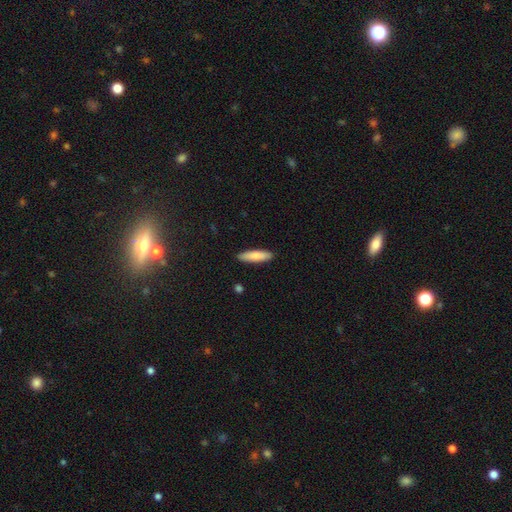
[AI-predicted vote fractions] This is clearly a smooth galaxy (83%). How rounded: likely cigar-shaped (67%). Merging: clearly none (89%).